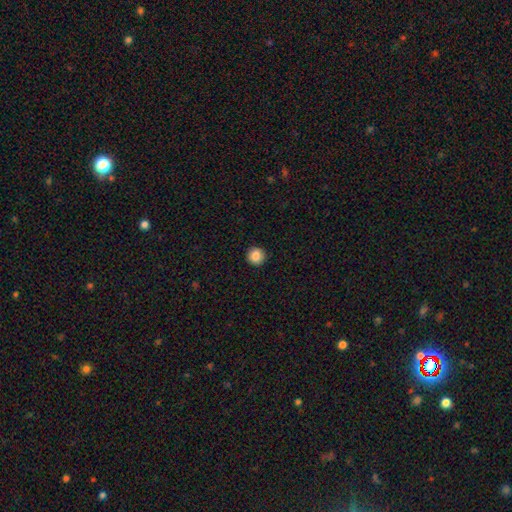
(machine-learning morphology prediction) This is clearly a smooth galaxy (85%). How rounded: clearly round (96%). Merging: clearly none (94%).